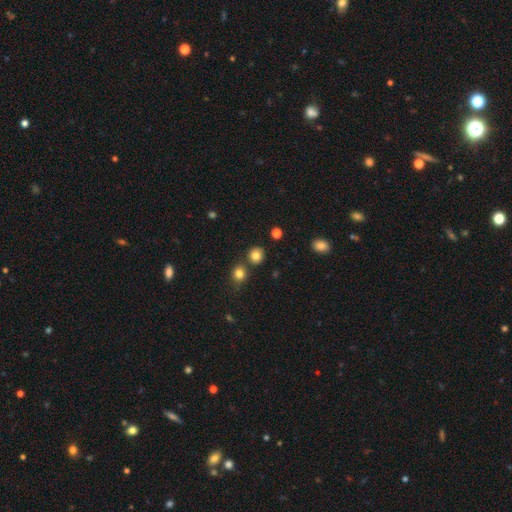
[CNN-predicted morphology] Smooth or featured: smooth — 81% (star or artifact — 12%)
How rounded: round — 82% (in between — 17%)
Merging: none — 76% (merger — 11%)